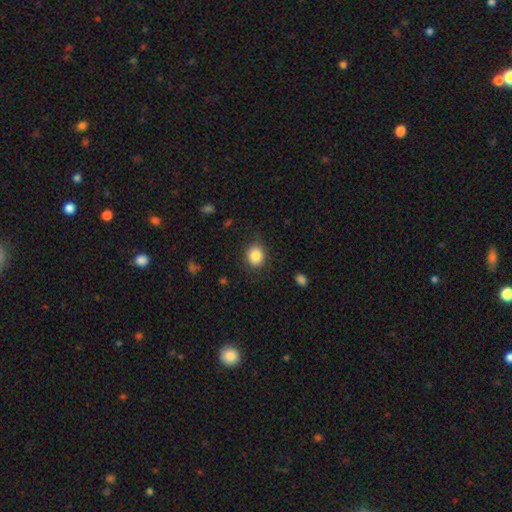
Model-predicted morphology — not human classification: smooth 85%, star or artifact 9%, featured or disk 5%. Down the decision tree: how rounded — round (71%); merging — none (85%).